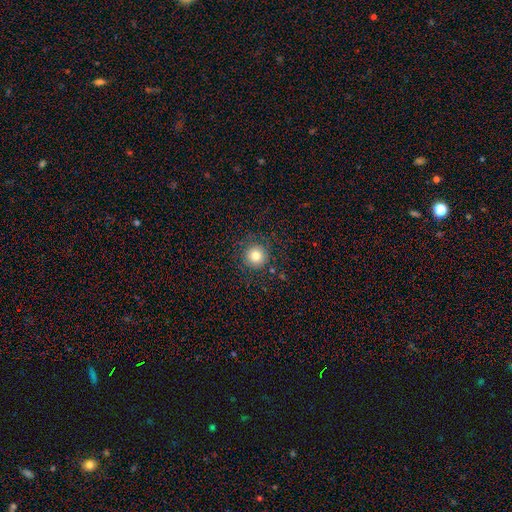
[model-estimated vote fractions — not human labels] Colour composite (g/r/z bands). It shows a smooth galaxy with no disk features (80%) that is round (95%). Merging: none (86%).